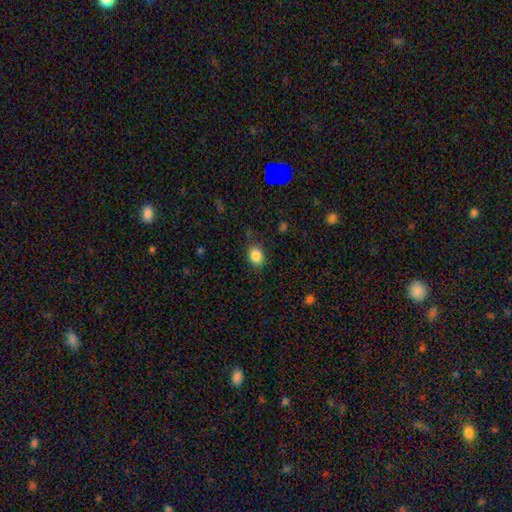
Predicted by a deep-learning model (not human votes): Smooth or featured? Predicted: smooth (p=0.86). How rounded? Predicted: in between (p=0.69). Merging? Predicted: none (p=0.82).